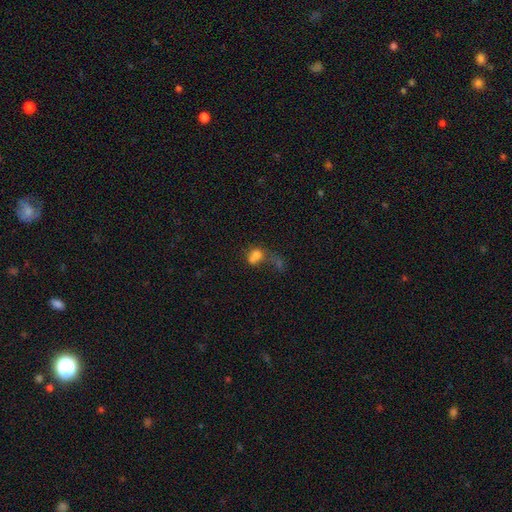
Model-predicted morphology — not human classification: smooth-or-featured: smooth: 69% | featured or disk: 18% | star or artifact: 13%
  how-rounded: in between: 52% | round: 46% | cigar-shaped: 2%
  merging: merger: 51% | major disturbance: 22% | none: 18% | minor disturbance: 10%